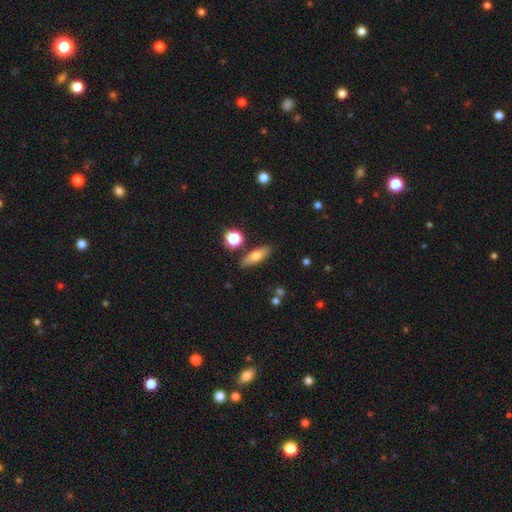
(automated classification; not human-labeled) Smooth or featured? smooth (73%)
How rounded? in between (54%)
Merging? none (83%)